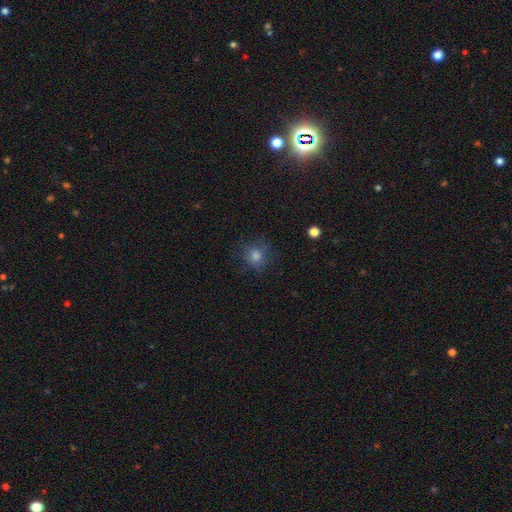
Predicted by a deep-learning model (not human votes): Smooth or featured? Predicted: smooth (p=0.73). How rounded? Predicted: round (p=0.85). Merging? Predicted: none (p=0.78).